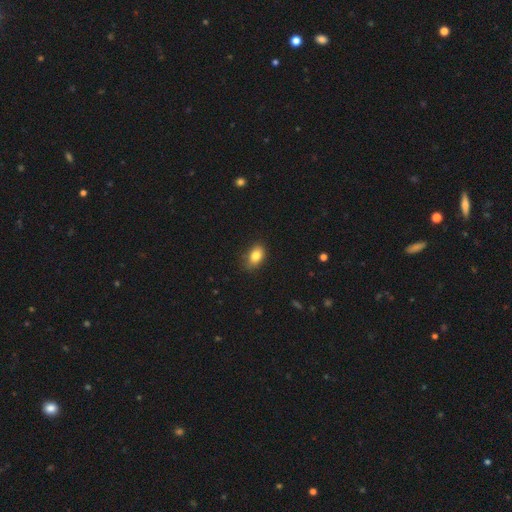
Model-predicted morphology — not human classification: A smooth galaxy with no disk features (83%) that is in between round and cigar-shaped (83%). Merging: none (79%).